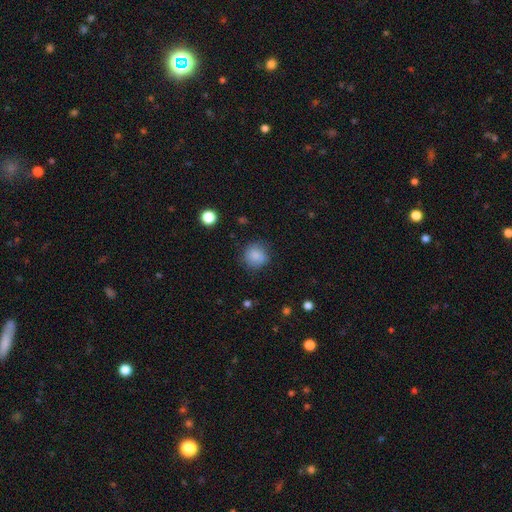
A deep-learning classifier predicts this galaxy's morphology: Overall: smooth (84%). How rounded: round (88%). Merging: none (78%).